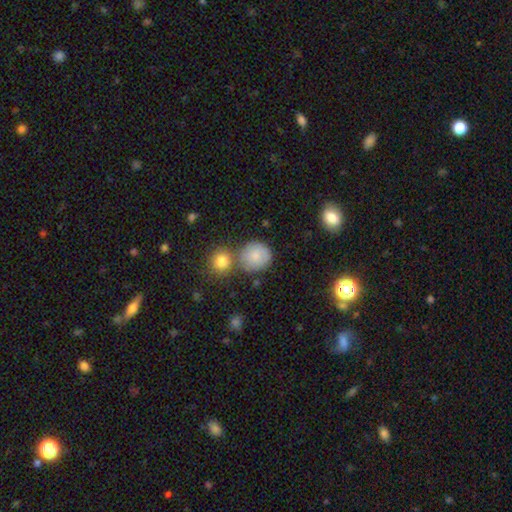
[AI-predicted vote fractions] Smooth or featured? Predicted: smooth (p=0.82). How rounded? Predicted: round (p=0.87). Merging? Predicted: none (p=0.63).